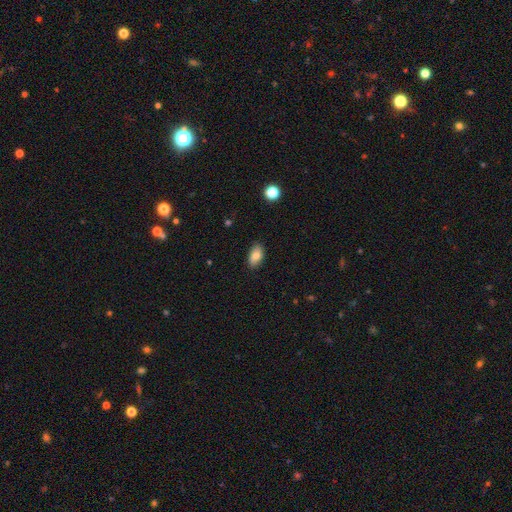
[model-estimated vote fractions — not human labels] Morphology: type=smooth (83%); roundness=in between (92%); merging=none (85%).